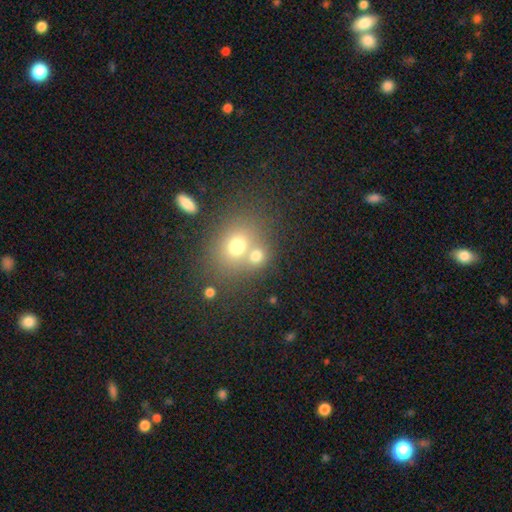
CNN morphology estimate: Smooth or featured? Predicted: smooth (p=0.71). How rounded? Predicted: round (p=0.63). Merging? Predicted: merger (p=0.45).